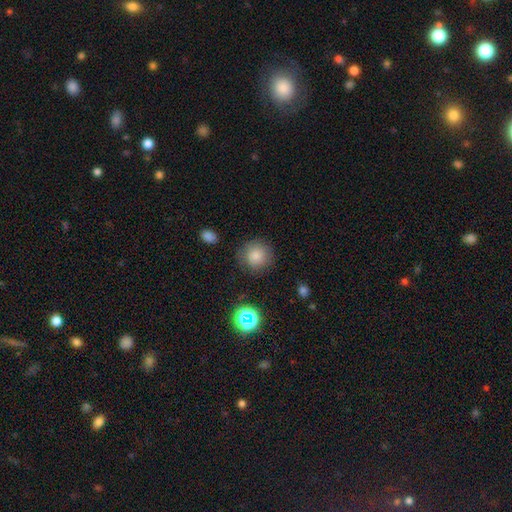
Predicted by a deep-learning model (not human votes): A smooth galaxy with no disk features (82%) that is round (92%). Merging: none (83%).